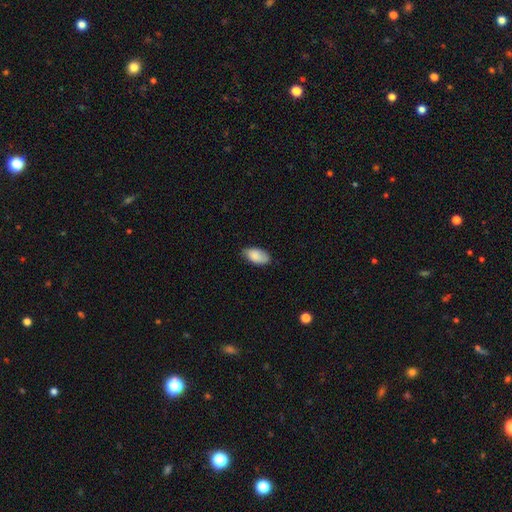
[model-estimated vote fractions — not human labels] Smooth or featured? smooth (85%)
How rounded? in between (94%)
Merging? none (74%)